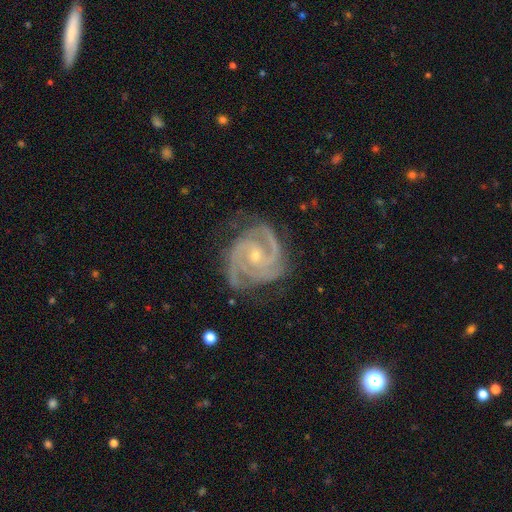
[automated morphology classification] This appears to be a featured or disk galaxy (93%) with no bar (62%), 3 (47%) tight (61%) spiral arms (99%) and a small central bulge (70%). Merging: none (72%).